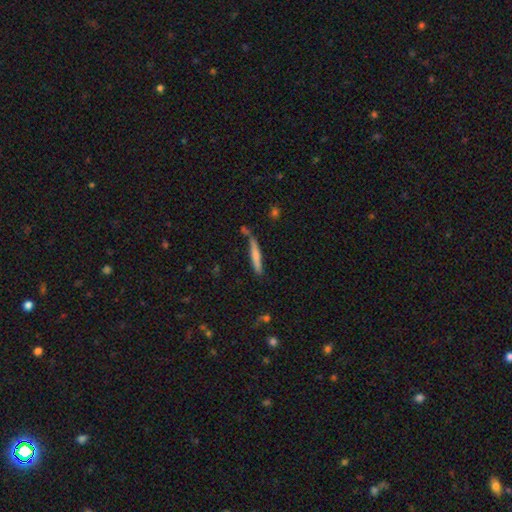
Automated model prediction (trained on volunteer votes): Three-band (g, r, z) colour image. It shows a smooth galaxy with no disk features (64%) that is cigar-shaped (93%). Merging: none (66%).